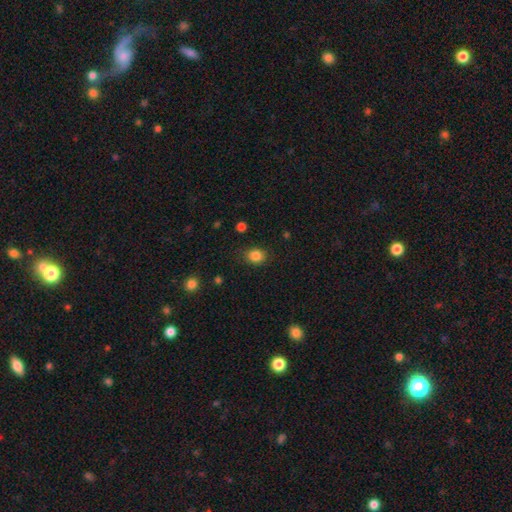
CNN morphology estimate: Smooth or featured: smooth — 85% (star or artifact — 11%)
How rounded: round — 57% (in between — 42%)
Merging: none — 82% (minor disturbance — 13%)